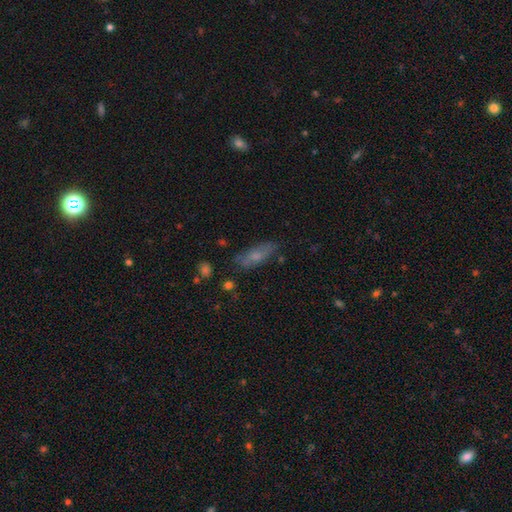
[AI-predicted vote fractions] smooth_or_featured: smooth (p=0.60) [alt: featured or disk p=0.30]
how_rounded: in between (p=0.60) [alt: cigar-shaped p=0.36]
merging: none (p=0.72) [alt: minor disturbance p=0.19]